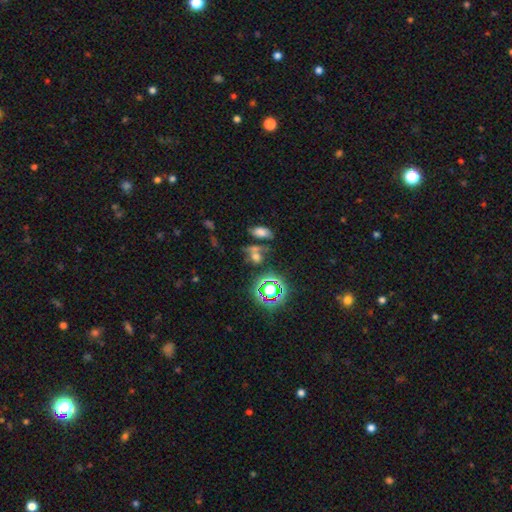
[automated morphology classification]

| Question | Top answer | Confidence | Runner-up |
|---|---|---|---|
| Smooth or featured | smooth | 47% | star or artifact (39%) |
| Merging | none | 47% | merger (33%) |